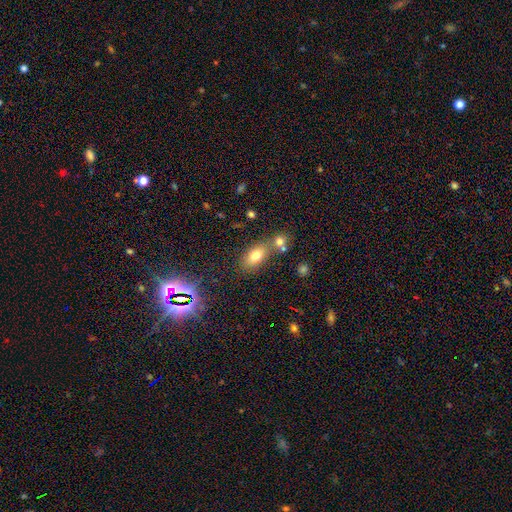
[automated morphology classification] smooth-or-featured: smooth: 74% | featured or disk: 14% | star or artifact: 12%
  how-rounded: in between: 80% | round: 15% | cigar-shaped: 5%
  merging: none: 54% | merger: 28% | minor disturbance: 13% | major disturbance: 5%